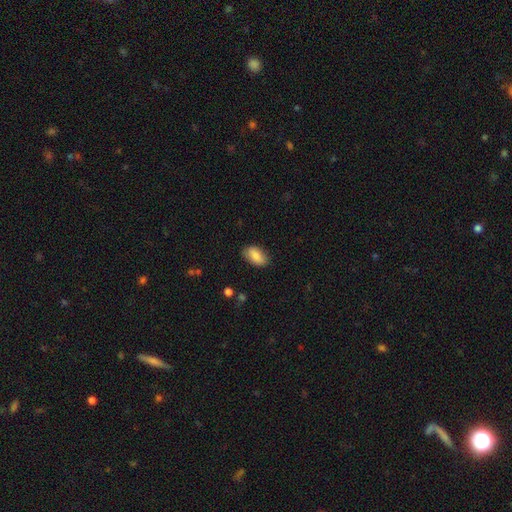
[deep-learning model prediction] Smooth or featured? Predicted: smooth (p=0.84). How rounded? Predicted: in between (p=0.93). Merging? Predicted: none (p=0.84).